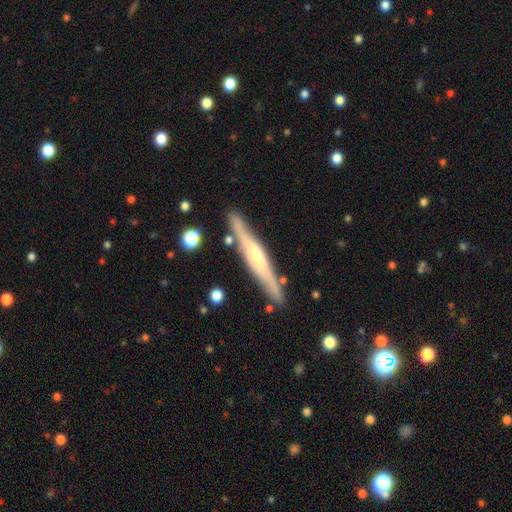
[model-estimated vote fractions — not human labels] Smooth or featured? featured or disk (62%)
Edge-on disk? yes (93%)
Edge-on bulge? rounded (59%)
Merging? none (83%)